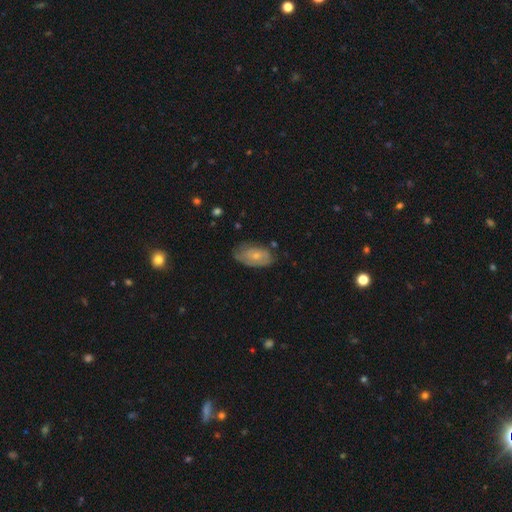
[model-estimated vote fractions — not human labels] The model was most divided on "smooth or featured": smooth: 50%, featured or disk: 43%, star or artifact: 7%. More confident: how rounded — in between (91%); merging — none (61%).